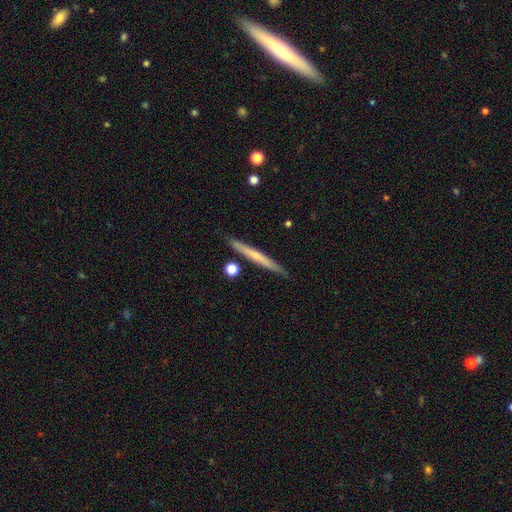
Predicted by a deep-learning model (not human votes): smooth 51%, featured or disk 43%, star or artifact 6%. Down the decision tree: how rounded — cigar-shaped (96%); merging — none (88%).